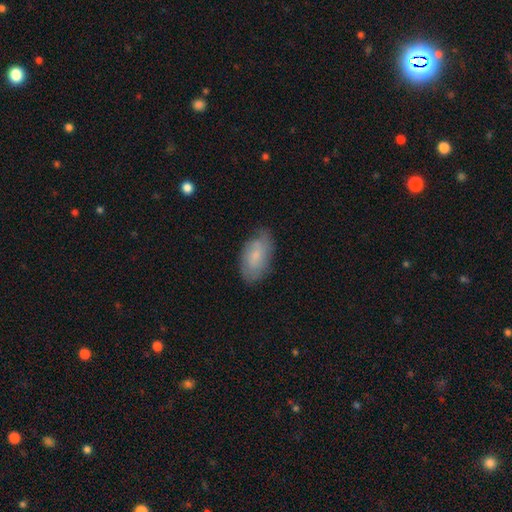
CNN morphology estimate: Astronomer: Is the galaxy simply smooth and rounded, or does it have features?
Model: smooth — 60%.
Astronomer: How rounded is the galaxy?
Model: in between — 93%.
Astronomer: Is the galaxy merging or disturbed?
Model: none — 72%.